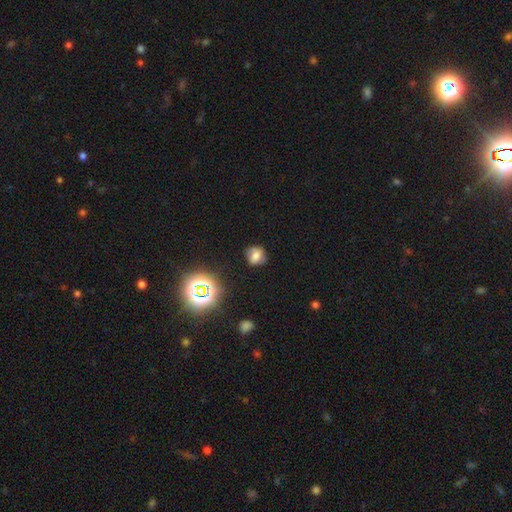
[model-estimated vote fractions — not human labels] smooth 62%, featured or disk 19%, star or artifact 18%. Down the decision tree: how rounded — round (72%); merging — none (74%).